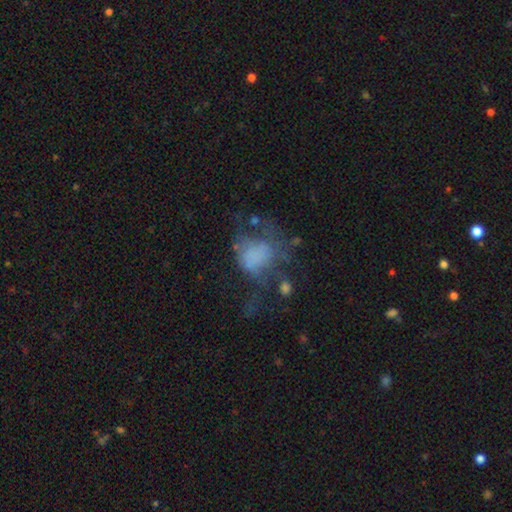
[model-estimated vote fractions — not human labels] A smooth galaxy with no disk features (51%) that is in between round and cigar-shaped (51%). Merging: major disturbance (49%).